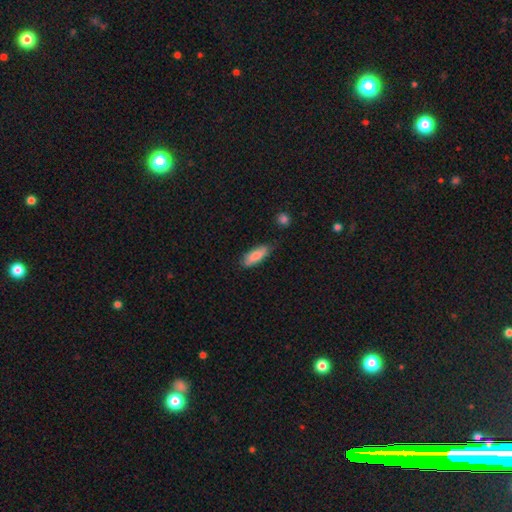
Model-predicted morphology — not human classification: A smooth galaxy with no disk features (82%) that is in between round and cigar-shaped (62%).

Vote fractions:
- Smooth or featured? smooth: 82% / featured or disk: 12% / star or artifact: 6%
- How rounded? in between: 62% / cigar-shaped: 36% / round: 2%
- Merging? none: 76% / minor disturbance: 19% / major disturbance: 3% / merger: 2%